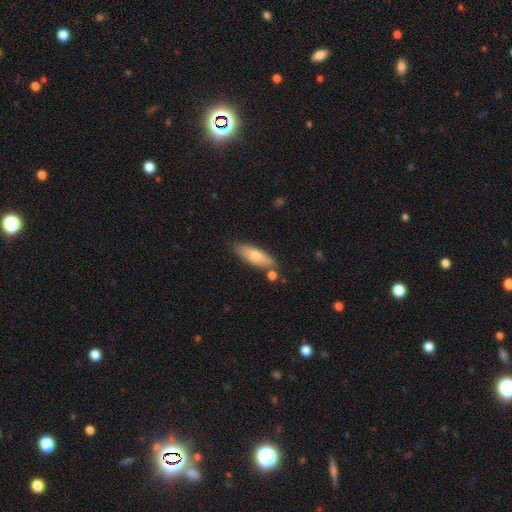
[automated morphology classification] Overall: smooth (73%). How rounded: in between (52%; cigar-shaped 46%). Merging: none (74%).